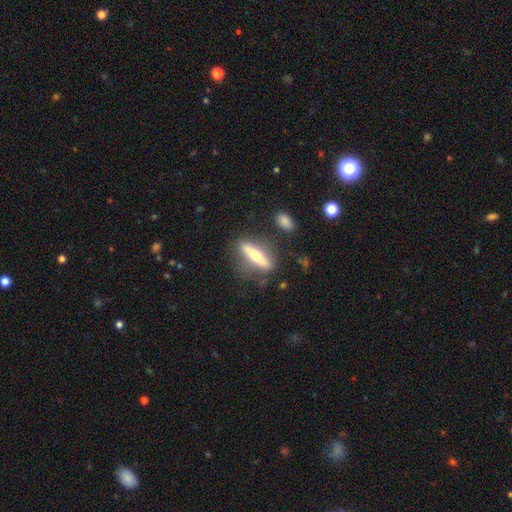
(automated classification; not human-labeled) Smooth or featured: featured or disk — 51% (smooth — 42%)
Edge-on disk: yes — 85% (no — 15%)
Merging: none — 76% (minor disturbance — 13%)